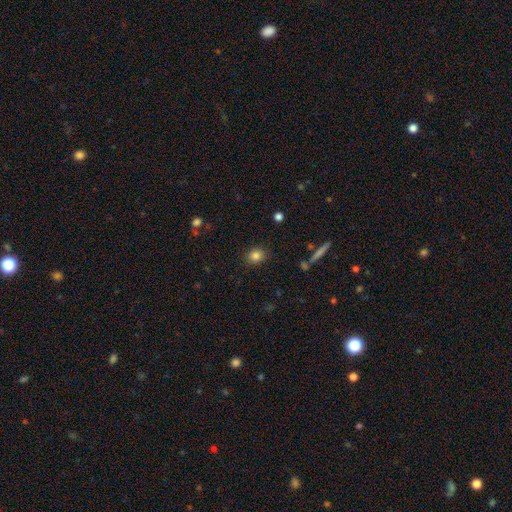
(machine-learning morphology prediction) This is clearly a smooth galaxy (83%). How rounded: likely round (65%). Merging: clearly none (87%).